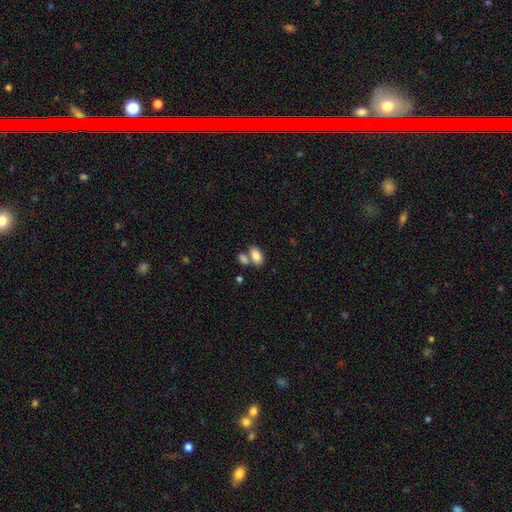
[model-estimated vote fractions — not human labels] Smooth or featured? Predicted: smooth (p=0.84). How rounded? Predicted: in between (p=0.92). Merging? Predicted: none (p=0.47).